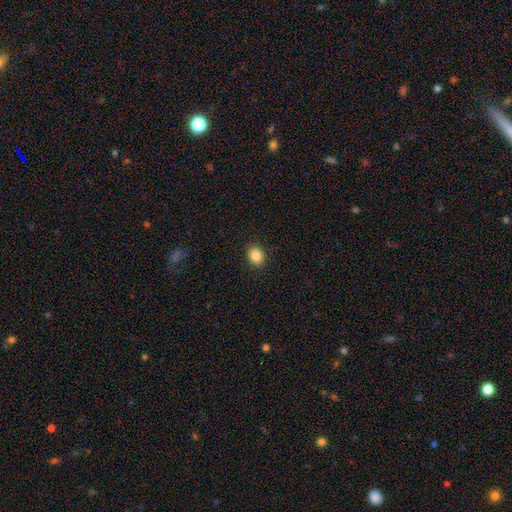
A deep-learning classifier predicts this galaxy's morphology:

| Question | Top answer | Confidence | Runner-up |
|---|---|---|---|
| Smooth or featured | smooth | 86% | star or artifact (9%) |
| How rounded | round | 54% | in between (45%) |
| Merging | none | 91% | minor disturbance (6%) |